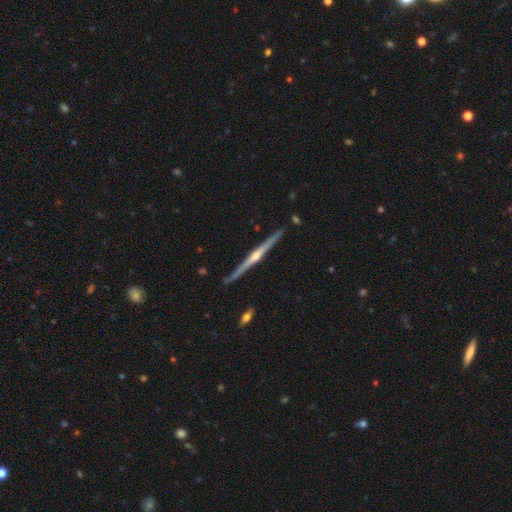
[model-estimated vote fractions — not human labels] smooth-or-featured: featured or disk: 82% | smooth: 13% | star or artifact: 5%
  disk-edge-on: yes: 98% | no: 2%
    edge-on-bulge: rounded: 88% | none: 9% | boxy: 3%
  merging: none: 88% | minor disturbance: 9% | merger: 2% | major disturbance: 1%